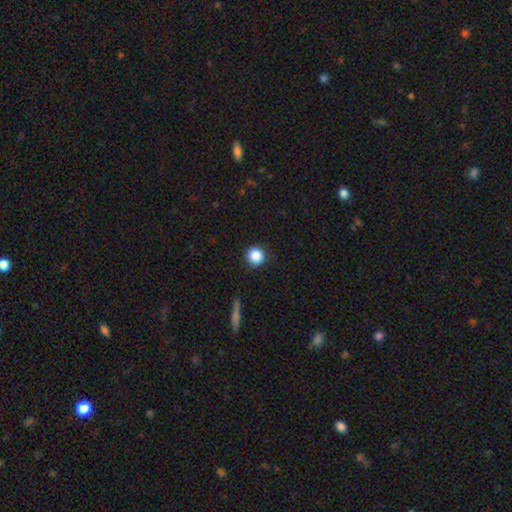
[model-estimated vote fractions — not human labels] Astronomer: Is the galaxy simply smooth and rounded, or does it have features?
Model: smooth — 87%.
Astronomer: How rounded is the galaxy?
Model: round — 94%.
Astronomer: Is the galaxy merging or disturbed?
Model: none — 90%.